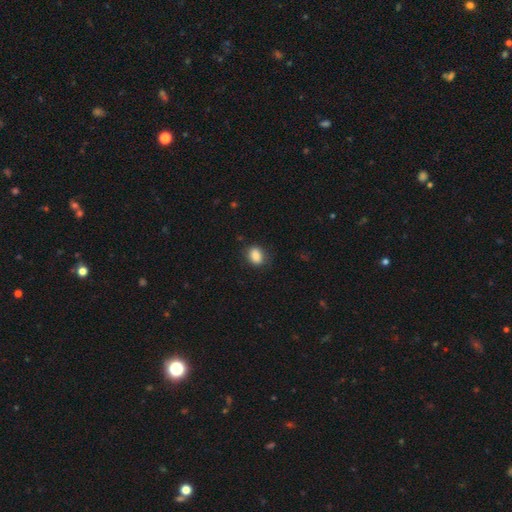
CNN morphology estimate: Smooth or featured? Predicted: smooth (p=0.87). How rounded? Predicted: in between (p=0.74). Merging? Predicted: none (p=0.80).